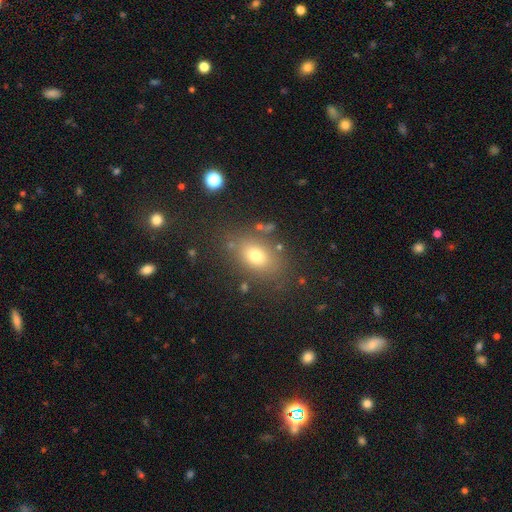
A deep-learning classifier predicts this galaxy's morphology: Smooth or featured?
  - smooth: 74% *
  - star or artifact: 13%
  - featured or disk: 13%
How rounded?
  - in between: 76% *
  - round: 22%
  - cigar-shaped: 2%
Merging?
  - none: 79% *
  - minor disturbance: 12%
  - major disturbance: 5%
  - merger: 4%